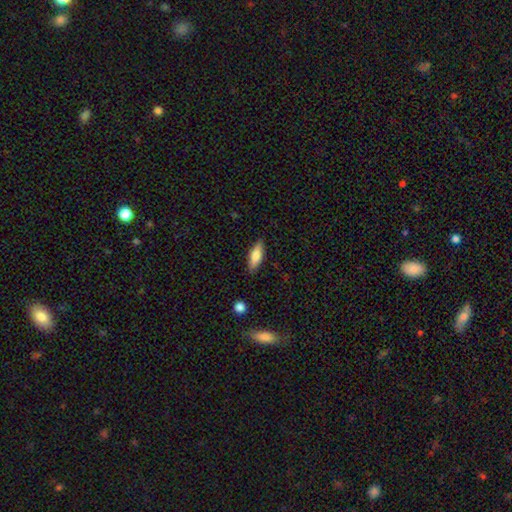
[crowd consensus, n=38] Volunteers were most divided on "how rounded": in between: 58%, cigar-shaped: 39%, round: 3%. More confident: merging — none (87%); smooth or featured — smooth (82%).